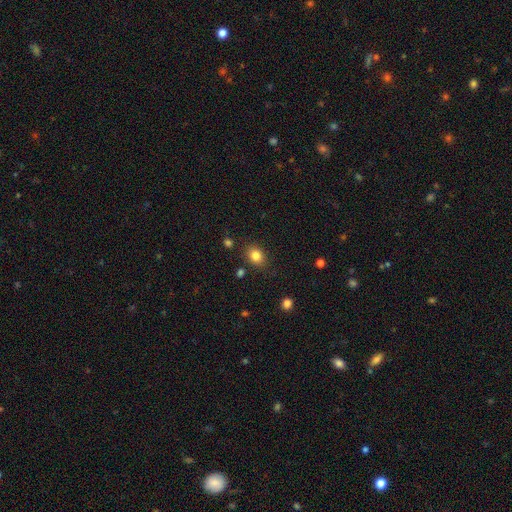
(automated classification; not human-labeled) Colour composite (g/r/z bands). It shows a smooth galaxy with no disk features (83%) that is in between round and cigar-shaped (55%). Merging: none (82%).